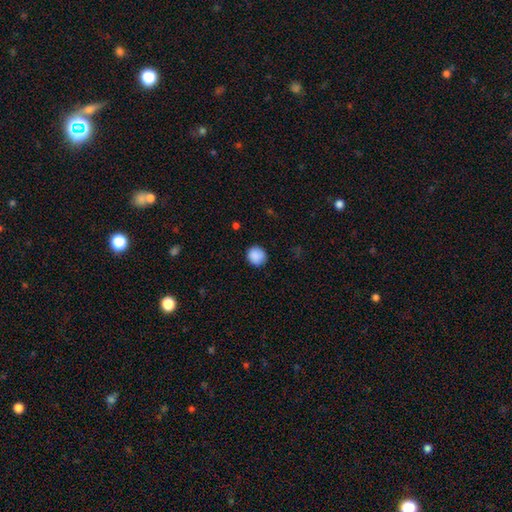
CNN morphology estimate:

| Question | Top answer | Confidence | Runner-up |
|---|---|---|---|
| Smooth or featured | smooth | 89% | star or artifact (8%) |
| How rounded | round | 89% | in between (10%) |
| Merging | none | 85% | minor disturbance (11%) |